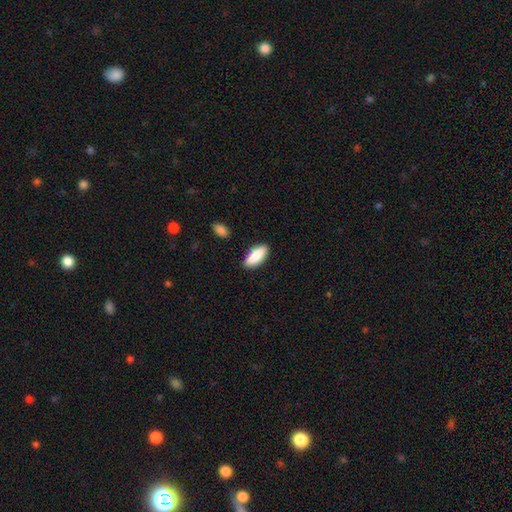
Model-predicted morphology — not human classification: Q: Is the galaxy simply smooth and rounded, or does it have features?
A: smooth — 86%.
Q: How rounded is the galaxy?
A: in between — 77%.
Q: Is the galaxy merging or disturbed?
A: none — 87%.